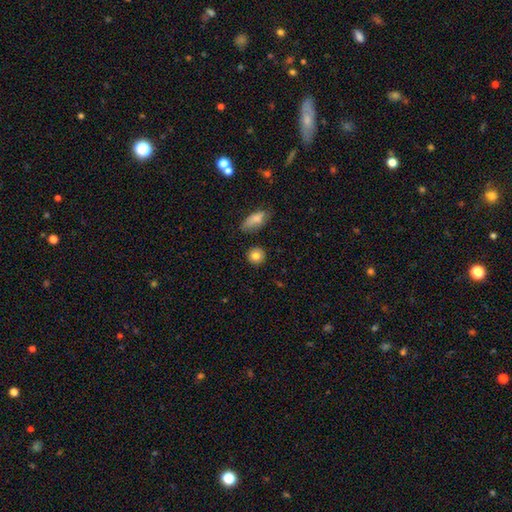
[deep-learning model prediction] Smooth or featured? smooth (83%)
How rounded? round (87%)
Merging? none (86%)